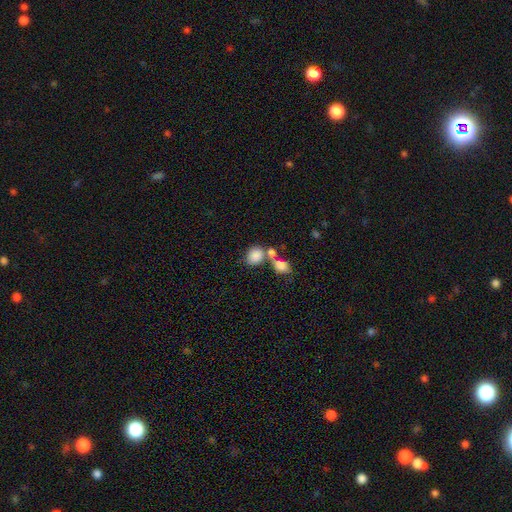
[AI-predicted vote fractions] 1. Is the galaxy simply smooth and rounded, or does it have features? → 83% smooth, 8% featured or disk, 8% star or artifact.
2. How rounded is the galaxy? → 50% round, 48% in between, 1% cigar-shaped.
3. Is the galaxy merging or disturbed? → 51% merger, 34% none, 10% minor disturbance, 6% major disturbance.